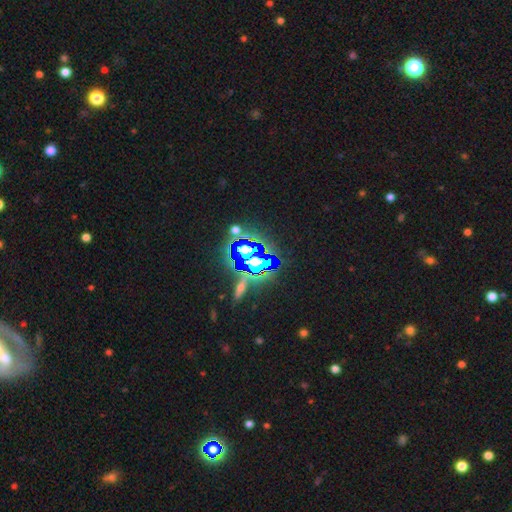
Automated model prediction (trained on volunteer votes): Q: Smooth or featured?
A: star or artifact (75%); runner-up: featured or disk (13%)